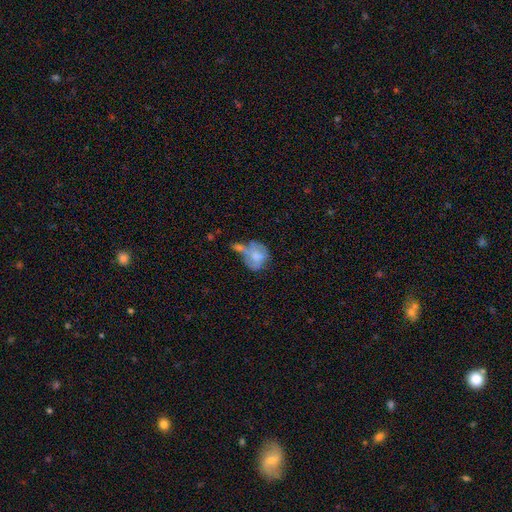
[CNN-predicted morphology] A smooth galaxy with no disk features (60%) that is round (50%). Merging: merger (38%).